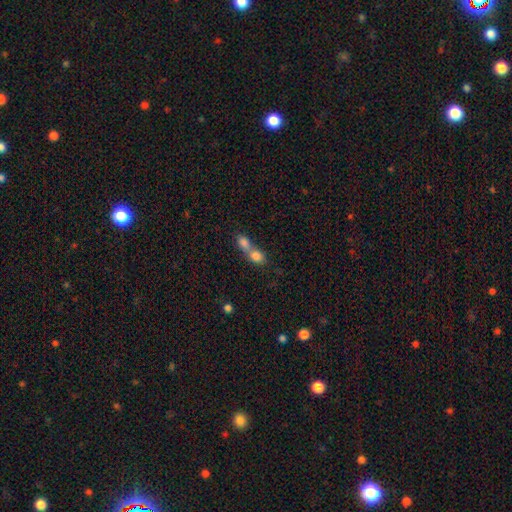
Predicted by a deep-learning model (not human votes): Overall: smooth (78%). How rounded: in between (56%; round 40%). Merging: merger (76%).